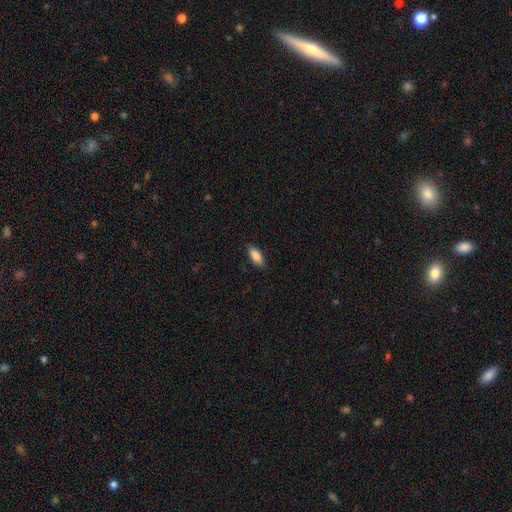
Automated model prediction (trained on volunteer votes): Morphology: type=smooth (84%); roundness=in between (80%); merging=none (84%).